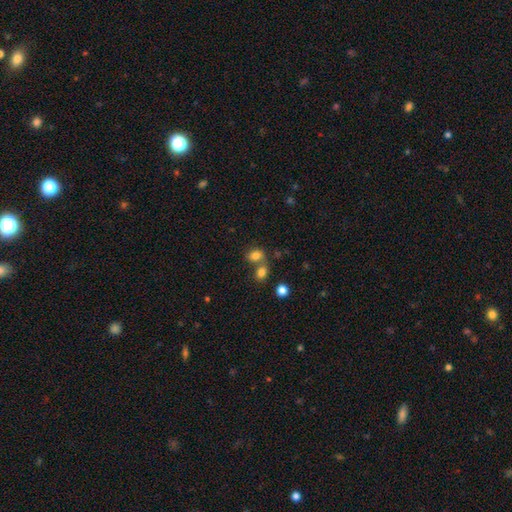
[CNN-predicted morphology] The model was most divided on "merging": merger: 45%, none: 42%, minor disturbance: 9%, major disturbance: 4%. More confident: smooth or featured — smooth (79%); how rounded — in between (62%).